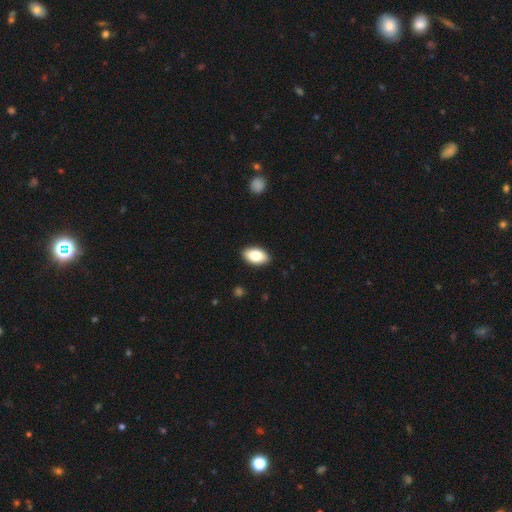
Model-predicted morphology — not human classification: Smooth or featured? smooth (81%)
How rounded? in between (93%)
Merging? none (90%)